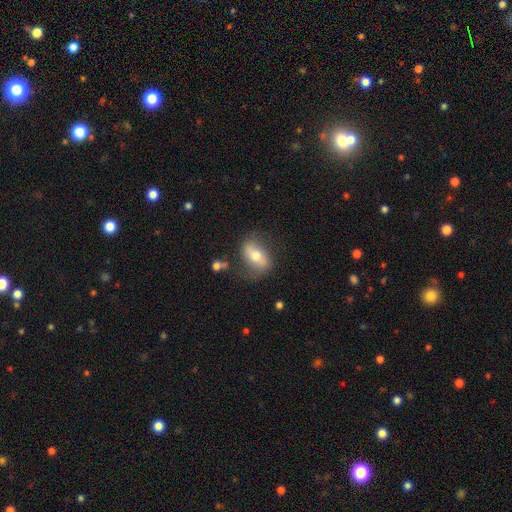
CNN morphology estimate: Q: Smooth or featured?
A: featured or disk (51%); runner-up: smooth (42%)
Q: Edge-on disk?
A: no (84%); runner-up: yes (16%)
Q: Merging?
A: none (69%); runner-up: minor disturbance (19%)